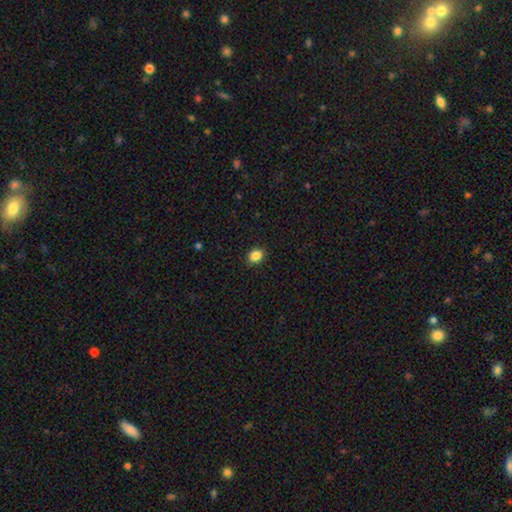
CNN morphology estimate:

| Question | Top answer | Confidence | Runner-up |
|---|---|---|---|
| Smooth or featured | smooth | 86% | star or artifact (10%) |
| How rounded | in between | 59% | round (40%) |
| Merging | none | 89% | minor disturbance (8%) |